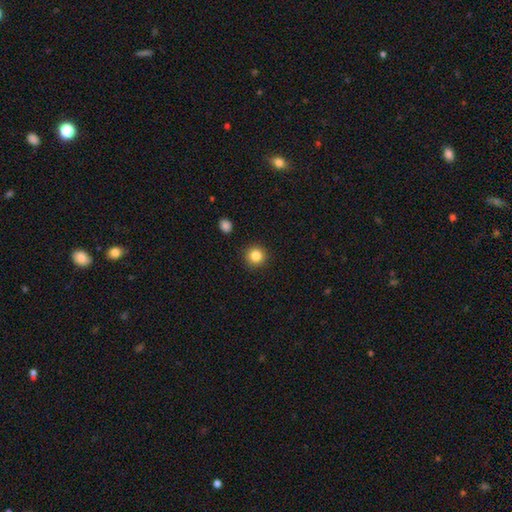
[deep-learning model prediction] Smooth or featured: smooth — 84% (star or artifact — 11%)
How rounded: round — 94% (in between — 5%)
Merging: none — 92% (minor disturbance — 5%)